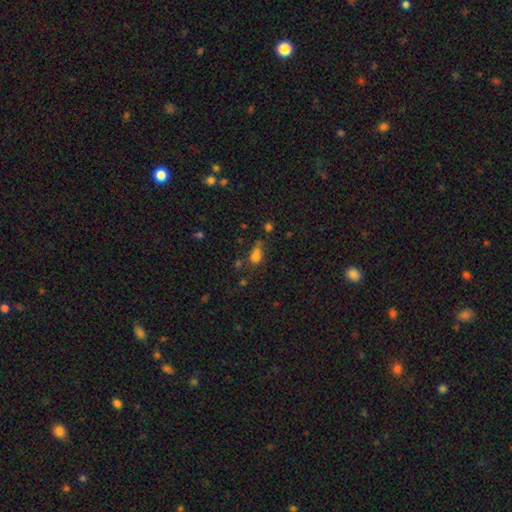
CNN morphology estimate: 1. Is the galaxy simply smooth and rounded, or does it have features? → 64% smooth, 26% star or artifact, 10% featured or disk.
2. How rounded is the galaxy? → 52% in between, 44% round, 4% cigar-shaped.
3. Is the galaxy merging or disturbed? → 42% none, 29% merger, 17% minor disturbance, 12% major disturbance.